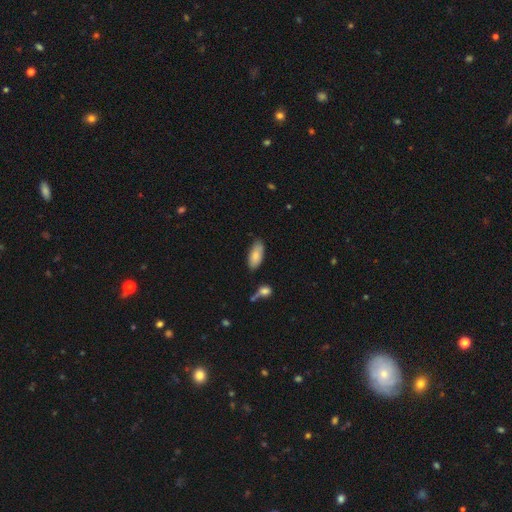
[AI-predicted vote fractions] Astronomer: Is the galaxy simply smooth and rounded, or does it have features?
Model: smooth — 83%.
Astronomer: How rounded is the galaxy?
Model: in between — 86%.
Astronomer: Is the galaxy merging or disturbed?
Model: none — 77%.